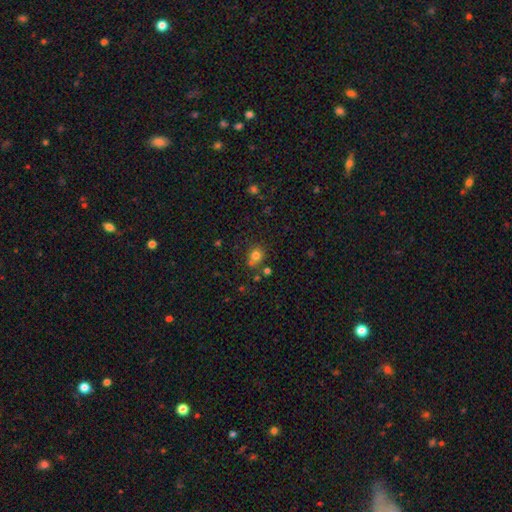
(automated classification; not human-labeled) Smooth or featured? Predicted: smooth (p=0.77). How rounded? Predicted: round (p=0.81). Merging? Predicted: none (p=0.65).